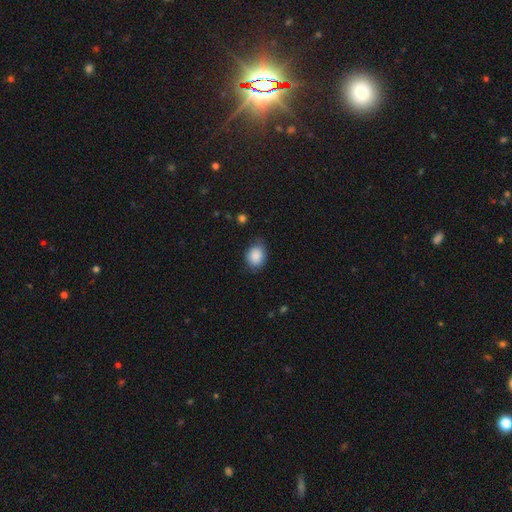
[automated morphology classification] Smooth or featured? Predicted: smooth (p=0.88). How rounded? Predicted: in between (p=0.59). Merging? Predicted: none (p=0.72).